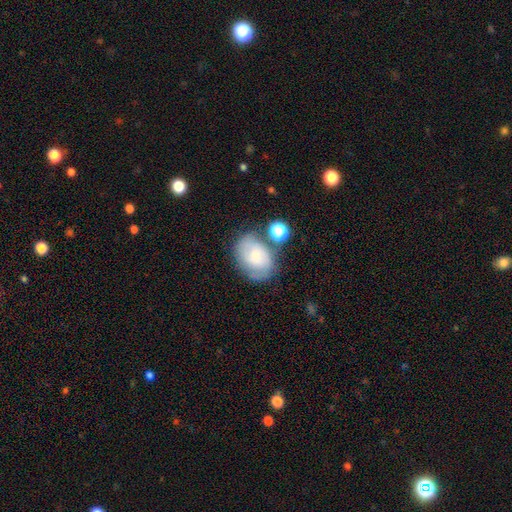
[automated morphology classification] smooth-or-featured: smooth: 46% | featured or disk: 44% | star or artifact: 10%
  merging: none: 56% | minor disturbance: 22% | merger: 12% | major disturbance: 10%